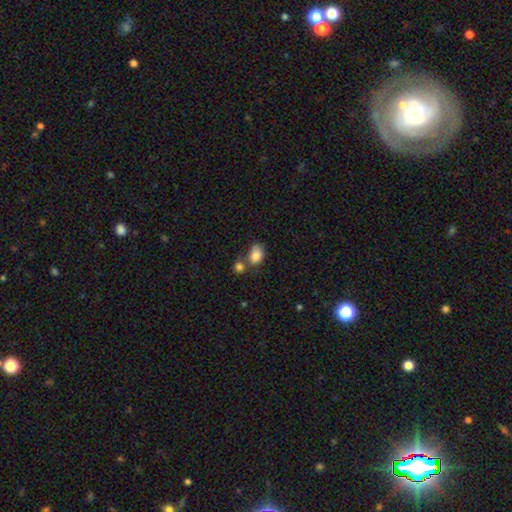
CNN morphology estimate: Smooth or featured?
  - smooth: 84% *
  - star or artifact: 8%
  - featured or disk: 8%
How rounded?
  - in between: 77% *
  - round: 22%
  - cigar-shaped: 1%
Merging?
  - none: 39% *
  - merger: 38%
  - minor disturbance: 16%
  - major disturbance: 7%